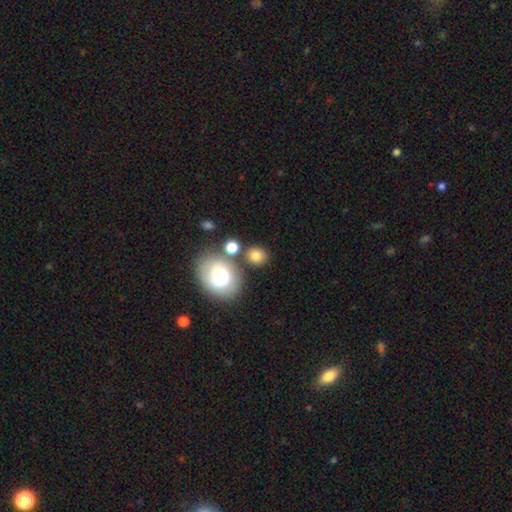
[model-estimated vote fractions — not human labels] Smooth or featured: smooth — 78% (featured or disk — 11%)
How rounded: round — 67% (in between — 32%)
Merging: none — 70% (merger — 13%)